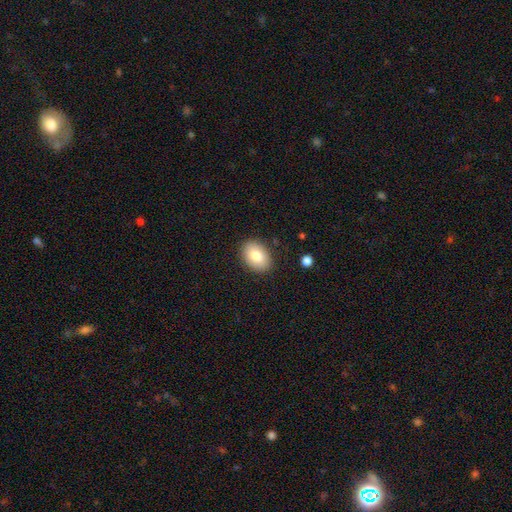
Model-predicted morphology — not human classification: type=smooth (82%); roundness=in between (83%); merging=none (87%).